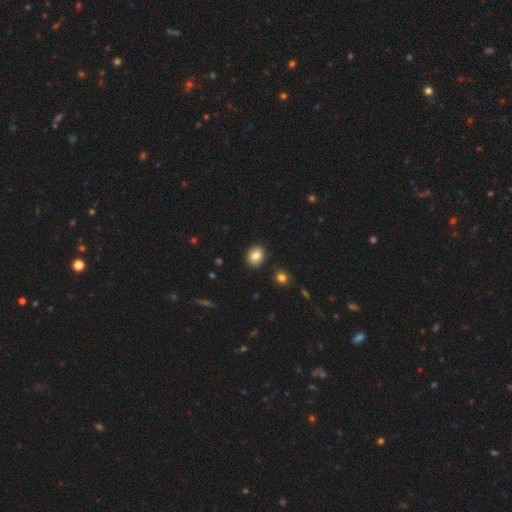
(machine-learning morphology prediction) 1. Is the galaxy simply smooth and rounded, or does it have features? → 83% smooth, 9% star or artifact, 8% featured or disk.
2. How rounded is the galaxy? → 50% in between, 49% round, 1% cigar-shaped.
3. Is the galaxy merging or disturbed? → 89% none, 8% minor disturbance, 2% merger, 2% major disturbance.